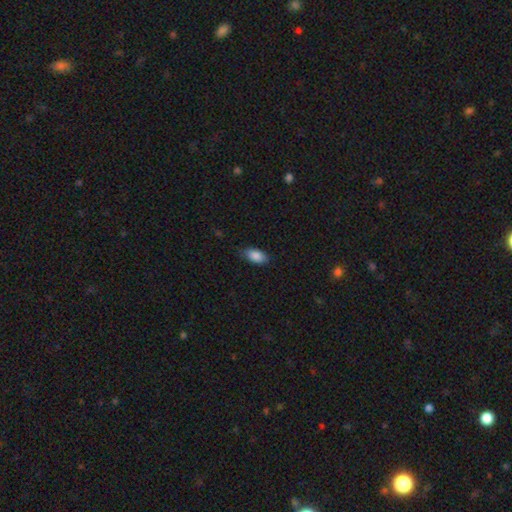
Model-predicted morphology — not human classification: Q: Smooth or featured?
A: smooth (88%); runner-up: star or artifact (7%)
Q: How rounded?
A: in between (93%); runner-up: cigar-shaped (4%)
Q: Merging?
A: none (78%); runner-up: minor disturbance (18%)